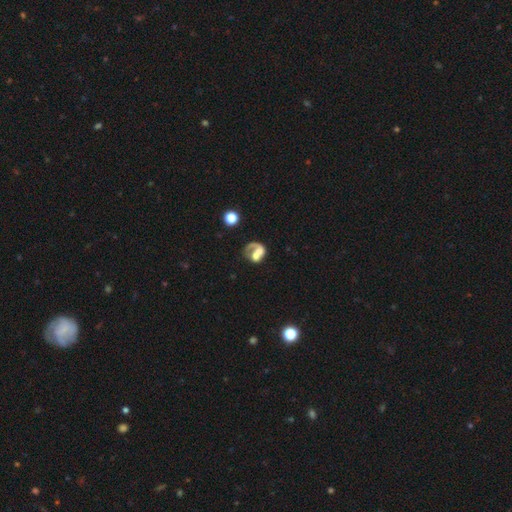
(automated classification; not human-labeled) A featured or disk galaxy (55%) with no bar (78%), spiral arms (53%) and no central bulge (31%).

Vote fractions:
- Smooth or featured? featured or disk: 55% / smooth: 34% / star or artifact: 11%
- Edge-on disk? no: 98% / yes: 2%
- Bar? no: 78% / weak: 16% / strong: 6%
- Spiral arms? yes: 53% / no: 47%
- Bulge size? none: 31% / moderate: 30% / small: 20% / large: 14% / dominant: 5%
- Merging? merger: 40% / major disturbance: 25% / none: 23% / minor disturbance: 12%